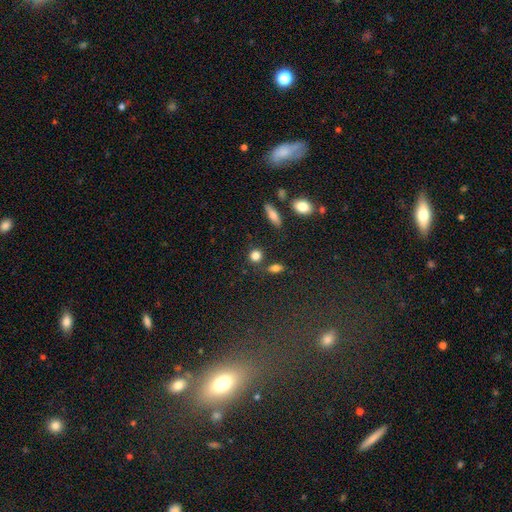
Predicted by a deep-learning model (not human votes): Smooth or featured: smooth — 83% (star or artifact — 10%)
How rounded: round — 75% (in between — 22%)
Merging: none — 76% (minor disturbance — 10%)